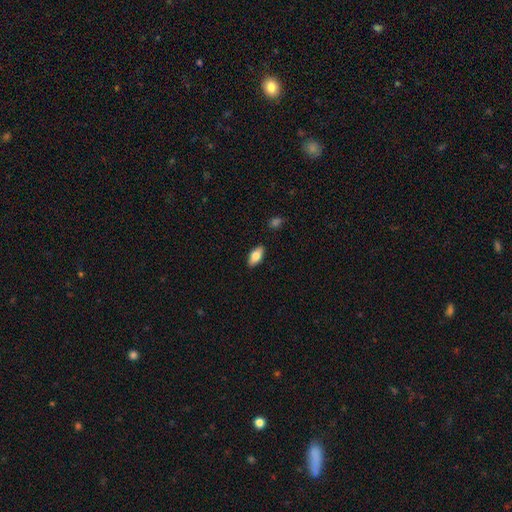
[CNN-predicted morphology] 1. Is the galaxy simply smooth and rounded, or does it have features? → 75% smooth, 18% featured or disk, 7% star or artifact.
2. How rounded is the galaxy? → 88% in between, 8% cigar-shaped, 3% round.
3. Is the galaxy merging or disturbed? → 89% none, 8% minor disturbance, 2% major disturbance, 1% merger.